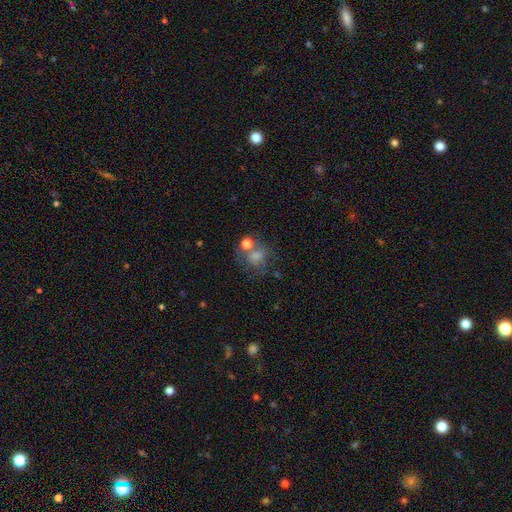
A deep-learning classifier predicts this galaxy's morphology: Smooth or featured? smooth (49%)
Merging? none (48%)